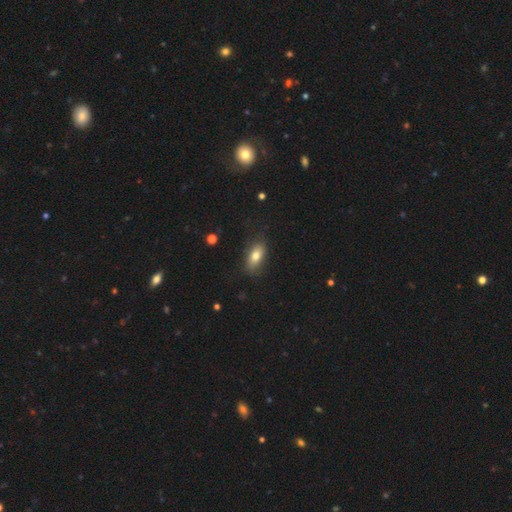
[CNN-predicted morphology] smooth_or_featured: smooth (p=0.76) [alt: featured or disk p=0.15]
how_rounded: in between (p=0.85) [alt: cigar-shaped p=0.10]
merging: none (p=0.76) [alt: minor disturbance p=0.18]